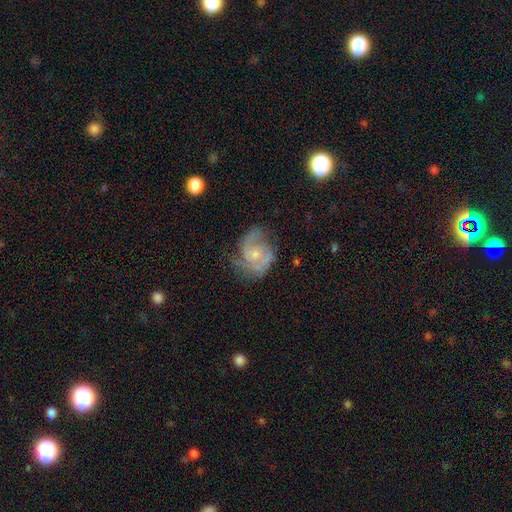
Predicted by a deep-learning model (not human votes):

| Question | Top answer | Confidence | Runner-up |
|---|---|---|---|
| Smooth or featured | featured or disk | 80% | smooth (14%) |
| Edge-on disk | no | 98% | yes (2%) |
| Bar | no | 68% | weak (29%) |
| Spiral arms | yes | 93% | no (7%) |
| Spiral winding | medium | 48% | tight (34%) |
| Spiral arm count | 2 | 62% | can't tell (15%) |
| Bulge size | small | 61% | moderate (28%) |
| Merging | none | 60% | minor disturbance (23%) |